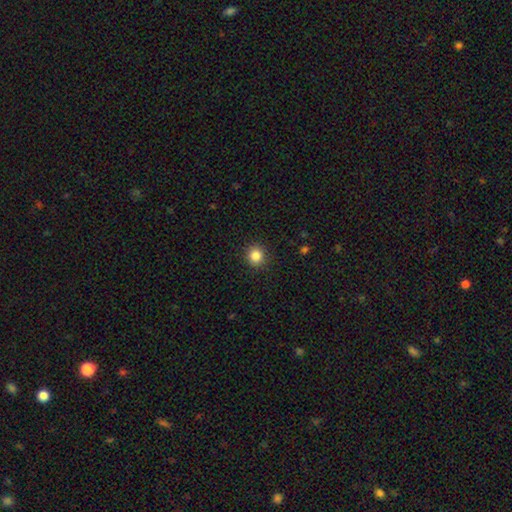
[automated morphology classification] Smooth or featured? smooth (85%)
How rounded? round (90%)
Merging? none (91%)